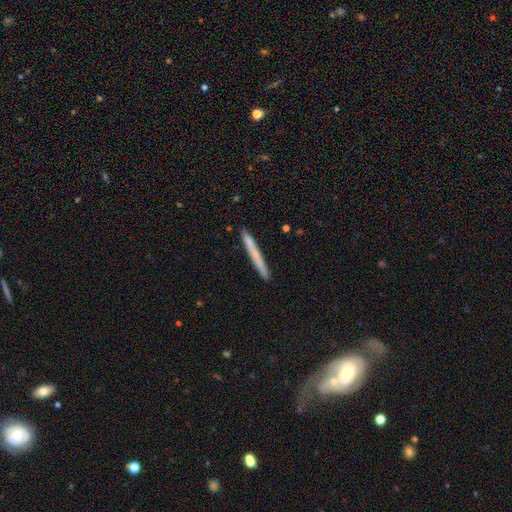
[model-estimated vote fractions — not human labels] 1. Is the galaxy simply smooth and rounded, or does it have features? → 62% smooth, 32% featured or disk, 6% star or artifact.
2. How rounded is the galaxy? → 97% cigar-shaped, 2% in between, 1% round.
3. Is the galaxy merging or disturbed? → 89% none, 8% minor disturbance, 1% major disturbance, 1% merger.